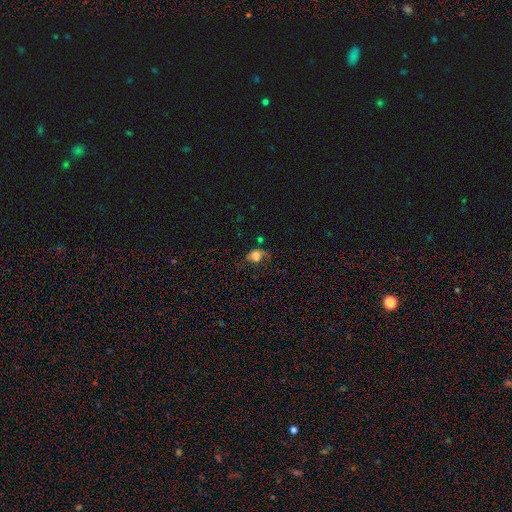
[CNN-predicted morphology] Smooth or featured: smooth — 67% (featured or disk — 17%)
How rounded: in between — 52% (round — 47%)
Merging: none — 40% (minor disturbance — 28%)